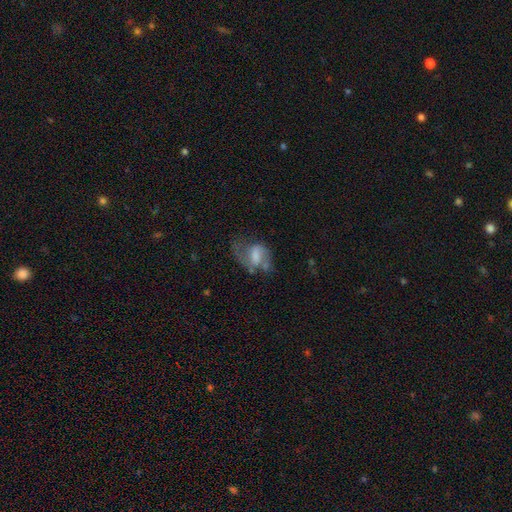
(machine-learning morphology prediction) Smooth or featured? Predicted: featured or disk (p=0.60). Edge-on disk? Predicted: no (p=0.97). Bar? Predicted: weak (p=0.49). Spiral arms? Predicted: yes (p=0.79). Bulge size? Predicted: moderate (p=0.37). Merging? Predicted: none (p=0.36).